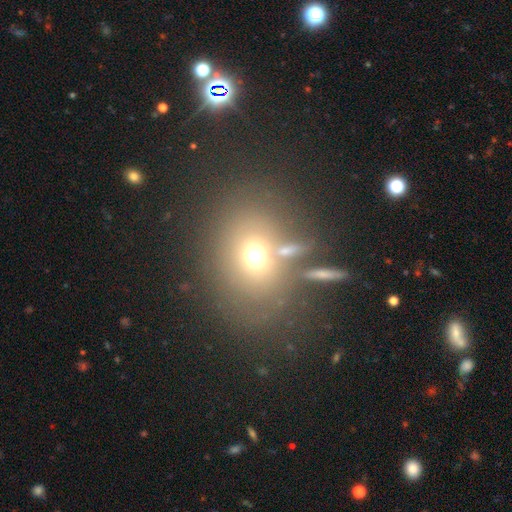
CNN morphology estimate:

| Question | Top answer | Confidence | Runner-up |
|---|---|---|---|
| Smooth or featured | smooth | 65% | star or artifact (17%) |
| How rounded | round | 50% | in between (49%) |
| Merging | none | 61% | merger (17%) |